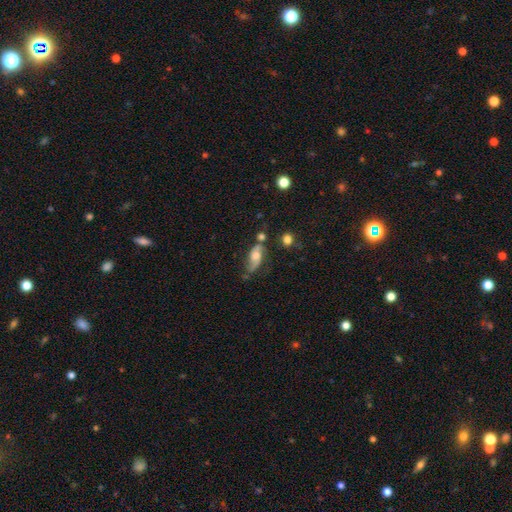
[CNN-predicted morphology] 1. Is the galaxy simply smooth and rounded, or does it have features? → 58% featured or disk, 31% smooth, 11% star or artifact.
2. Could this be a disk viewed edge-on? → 84% no, 16% yes.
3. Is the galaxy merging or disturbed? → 48% none, 25% minor disturbance, 15% major disturbance, 12% merger.